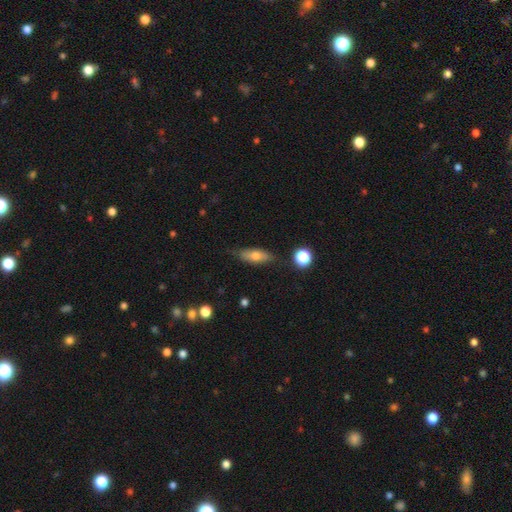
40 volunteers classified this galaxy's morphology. This appears to be a smooth galaxy with no disk features (55%) that is in between round and cigar-shaped (73%). Merging: none (74%).